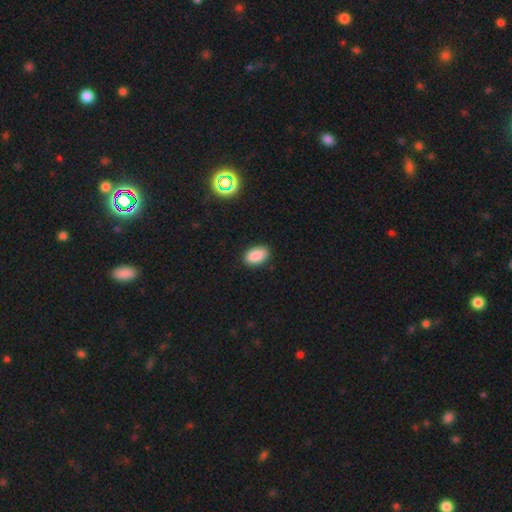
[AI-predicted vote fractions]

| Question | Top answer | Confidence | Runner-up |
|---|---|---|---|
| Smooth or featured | smooth | 88% | star or artifact (9%) |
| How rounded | in between | 91% | round (7%) |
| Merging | none | 87% | minor disturbance (10%) |